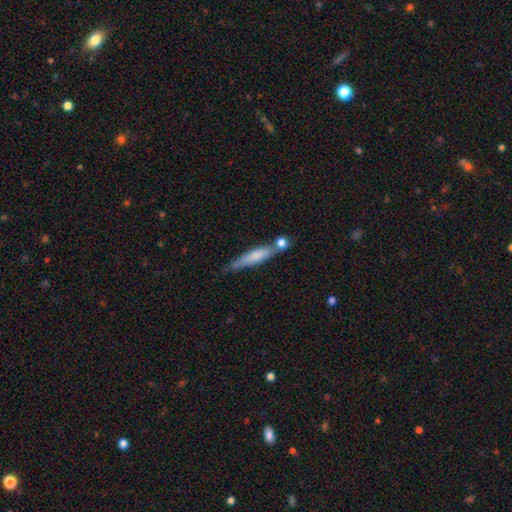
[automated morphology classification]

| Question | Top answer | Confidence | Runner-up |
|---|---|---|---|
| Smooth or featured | smooth | 60% | featured or disk (34%) |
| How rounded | cigar-shaped | 87% | in between (11%) |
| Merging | none | 54% | merger (22%) |